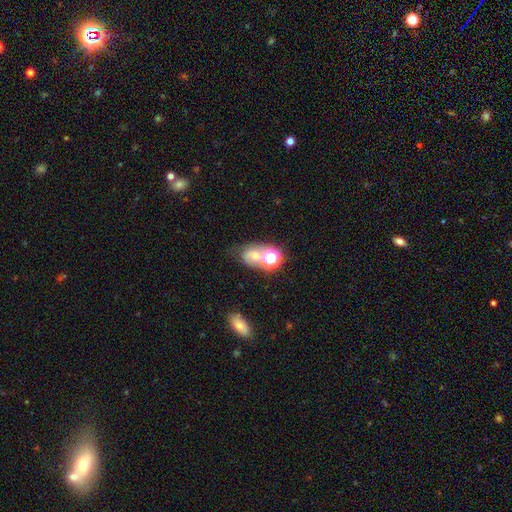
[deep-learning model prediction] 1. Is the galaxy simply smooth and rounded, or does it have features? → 49% smooth, 26% star or artifact, 25% featured or disk.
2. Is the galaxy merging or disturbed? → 41% merger, 37% none, 13% minor disturbance, 9% major disturbance.